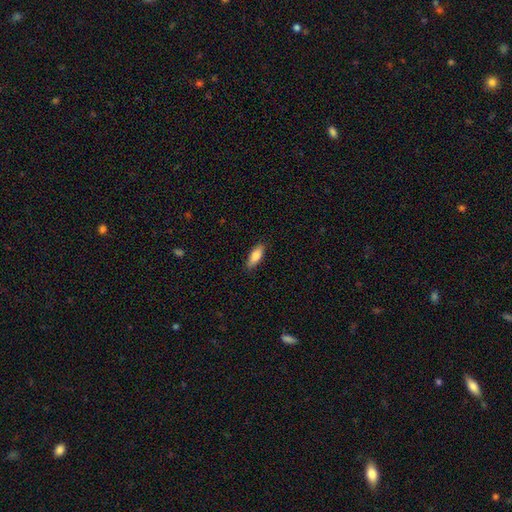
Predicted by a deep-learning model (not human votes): Overall: smooth (80%). How rounded: in between (67%; cigar-shaped 31%). Merging: none (87%).